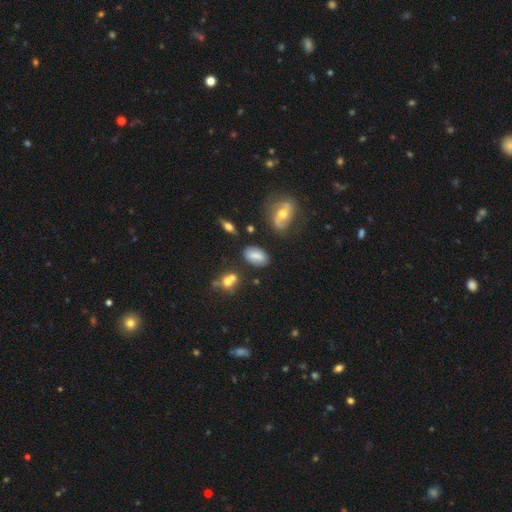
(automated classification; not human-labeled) Q: Smooth or featured?
A: smooth (69%); runner-up: featured or disk (20%)
Q: How rounded?
A: in between (89%); runner-up: round (8%)
Q: Merging?
A: none (75%); runner-up: minor disturbance (16%)